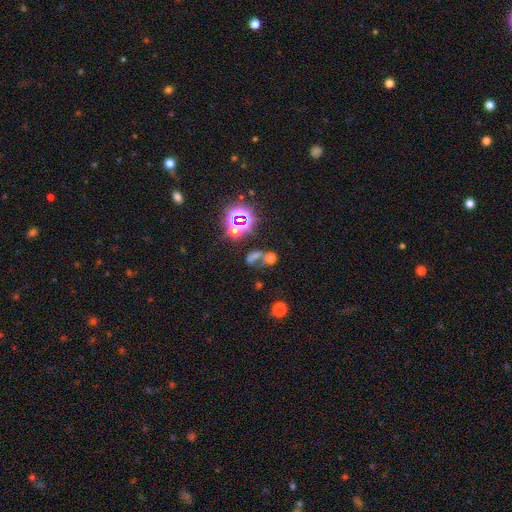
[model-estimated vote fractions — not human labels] Morphology: type=star or artifact (44%).